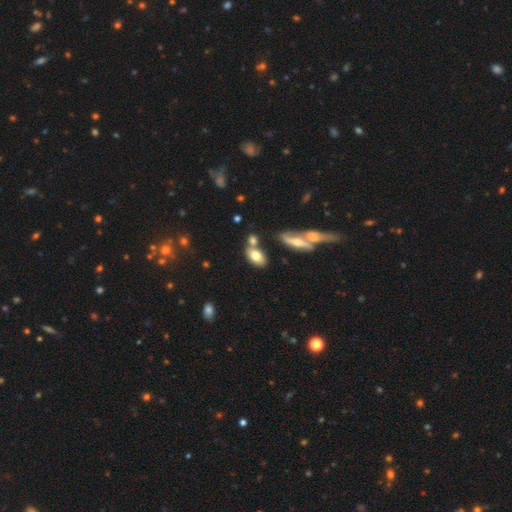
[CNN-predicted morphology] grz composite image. It shows a smooth galaxy with no disk features (73%) that is in between round and cigar-shaped (88%). Merging: none (55%).